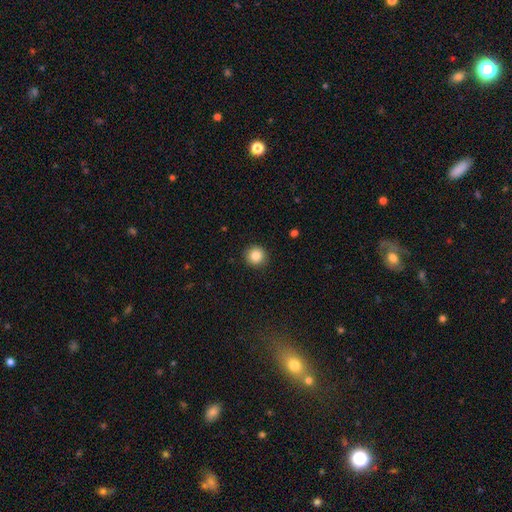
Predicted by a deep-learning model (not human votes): This is clearly a smooth galaxy (85%). How rounded: clearly round (94%). Merging: clearly none (91%).